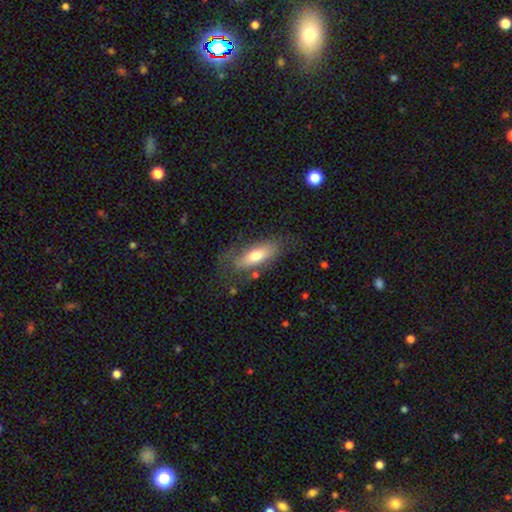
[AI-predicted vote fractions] A smooth galaxy with no disk features (66%) that is in between round and cigar-shaped (68%). Merging: none (65%).